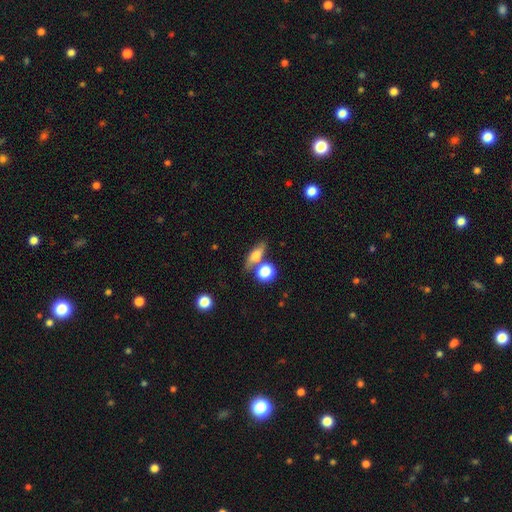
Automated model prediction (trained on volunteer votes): Q: Smooth or featured?
A: smooth (60%); runner-up: featured or disk (28%)
Q: How rounded?
A: in between (48%); runner-up: cigar-shaped (29%)
Q: Merging?
A: none (59%); runner-up: merger (19%)